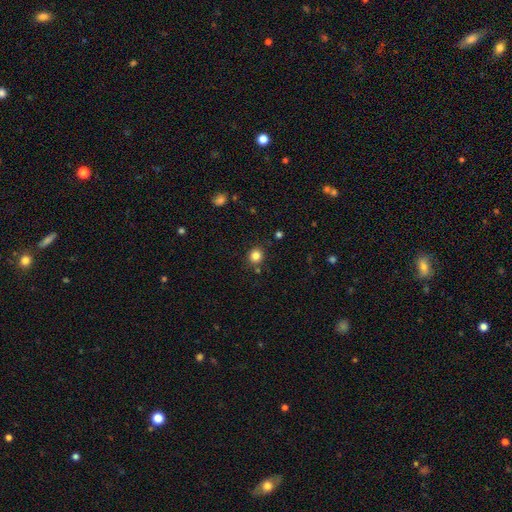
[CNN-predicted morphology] Smooth or featured? smooth (83%)
How rounded? round (87%)
Merging? none (84%)